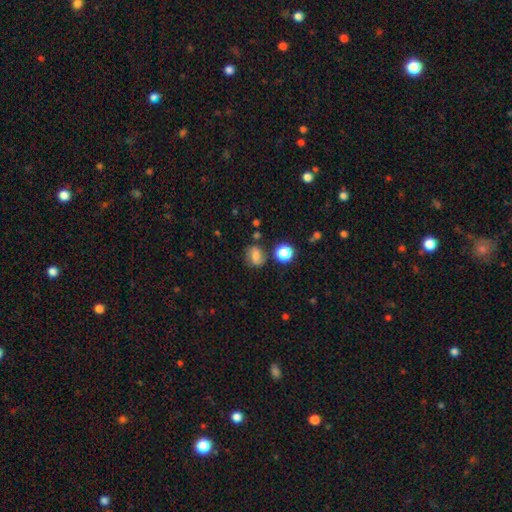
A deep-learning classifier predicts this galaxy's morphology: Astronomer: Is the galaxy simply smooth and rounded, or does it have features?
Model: smooth — 52% (runner-up: featured or disk, 34%).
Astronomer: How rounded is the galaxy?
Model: round — 59% (runner-up: in between, 40%).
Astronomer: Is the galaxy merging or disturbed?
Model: none — 70%.